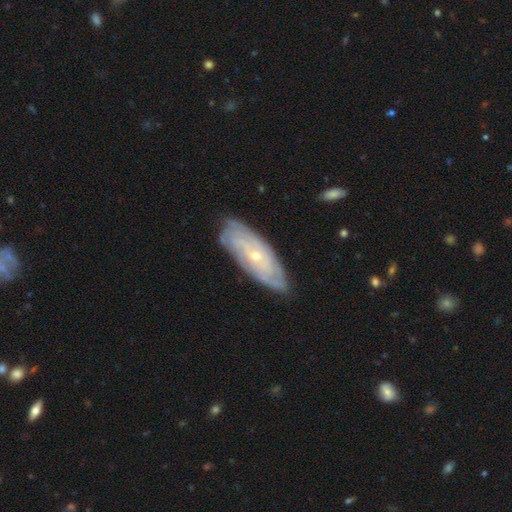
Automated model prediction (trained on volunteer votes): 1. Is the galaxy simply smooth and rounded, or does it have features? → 79% featured or disk, 15% smooth, 6% star or artifact.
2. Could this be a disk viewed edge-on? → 86% no, 14% yes.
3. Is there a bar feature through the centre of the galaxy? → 74% no, 21% weak, 5% strong.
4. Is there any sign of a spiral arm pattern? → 91% yes, 9% no.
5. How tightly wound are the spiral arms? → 76% tight, 19% medium, 5% loose.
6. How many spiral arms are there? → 53% can't tell, 13% 2, 12% 4, 10% 3, 7% more than 4, 5% 1.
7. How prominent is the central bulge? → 71% small, 26% moderate, 1% large, 1% none, 1% dominant.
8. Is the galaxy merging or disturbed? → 80% none, 16% minor disturbance, 3% major disturbance, 1% merger.